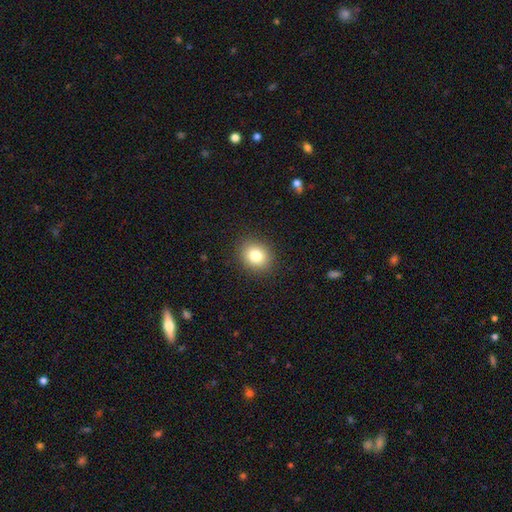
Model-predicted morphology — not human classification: The model was most divided on "how rounded": round: 68%, in between: 31%, cigar-shaped: 1%. More confident: merging — none (90%); smooth or featured — smooth (82%).